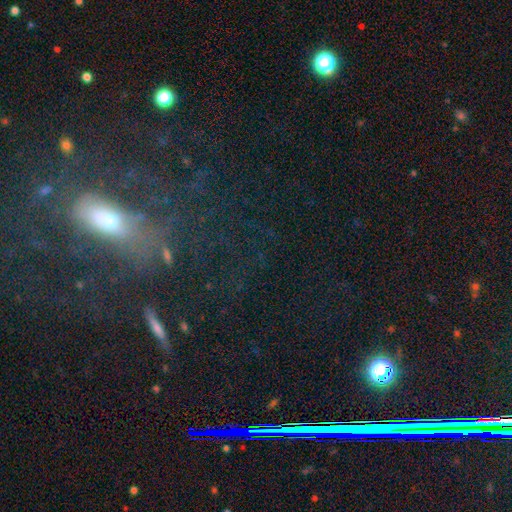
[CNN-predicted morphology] Smooth or featured? star or artifact (52%)